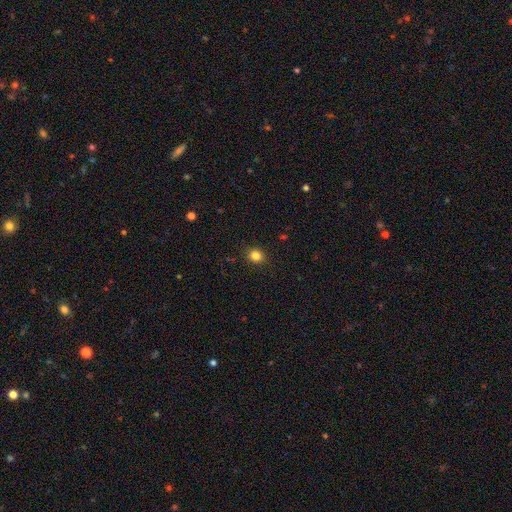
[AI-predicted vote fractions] This appears to be a smooth galaxy with no disk features (83%) that is round (75%). Merging: none (90%).